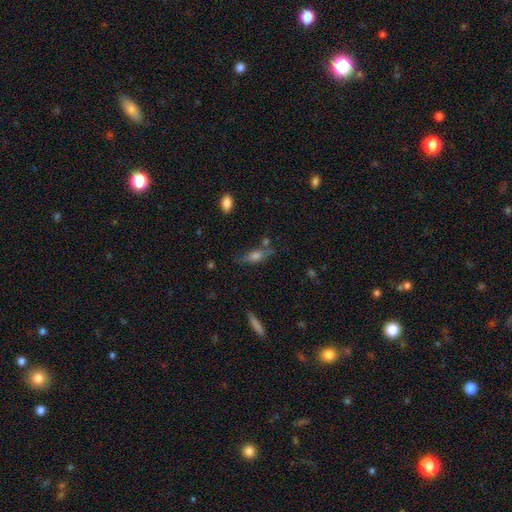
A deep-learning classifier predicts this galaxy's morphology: Smooth or featured? Predicted: smooth (p=0.58). How rounded? Predicted: in between (p=0.59). Merging? Predicted: none (p=0.61).